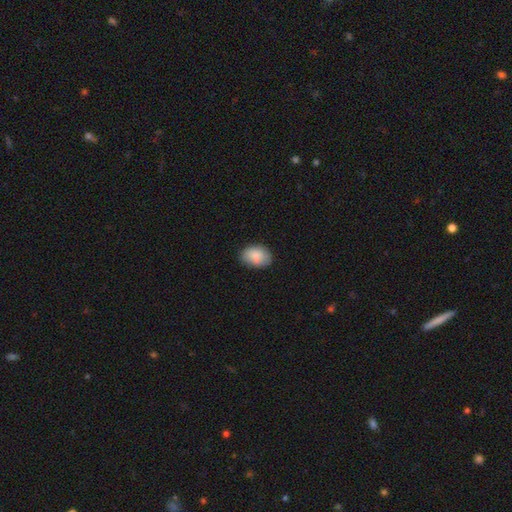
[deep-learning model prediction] Smooth or featured? Predicted: smooth (p=0.87). How rounded? Predicted: in between (p=0.80). Merging? Predicted: none (p=0.78).